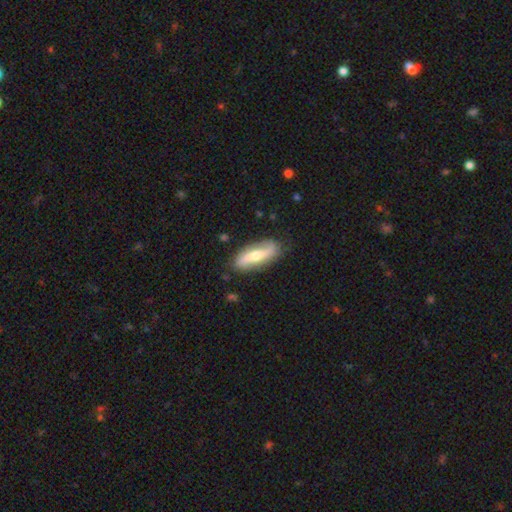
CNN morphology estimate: Q: Smooth or featured?
A: featured or disk (58%); runner-up: smooth (36%)
Q: Edge-on disk?
A: no (70%); runner-up: yes (30%)
Q: Merging?
A: none (82%); runner-up: minor disturbance (14%)